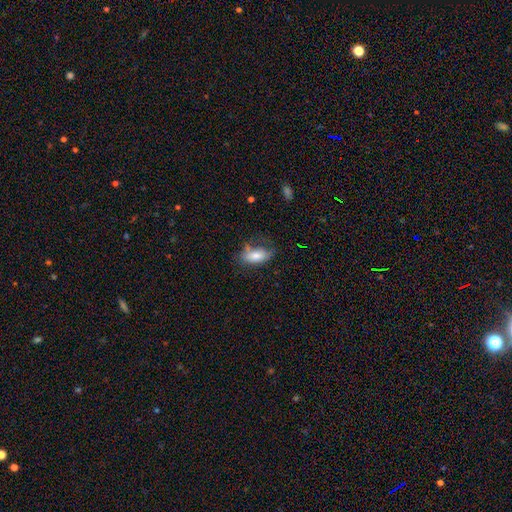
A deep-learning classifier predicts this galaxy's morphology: smooth-or-featured: smooth: 76% | featured or disk: 16% | star or artifact: 8%
  how-rounded: in between: 87% | cigar-shaped: 9% | round: 4%
  merging: none: 54% | minor disturbance: 28% | major disturbance: 13% | merger: 5%